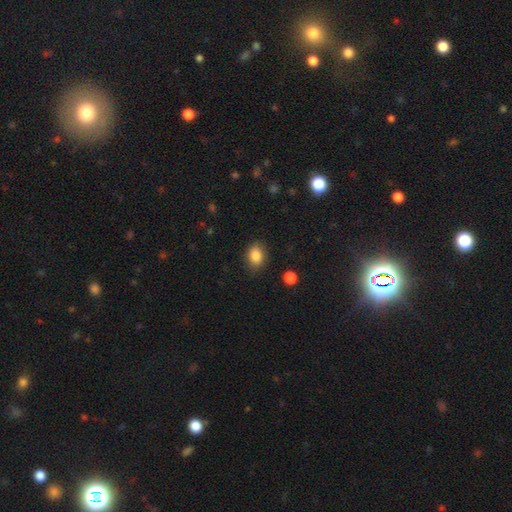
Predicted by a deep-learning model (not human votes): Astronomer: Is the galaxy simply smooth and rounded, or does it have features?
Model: smooth — 85%.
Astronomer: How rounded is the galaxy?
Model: in between — 73%.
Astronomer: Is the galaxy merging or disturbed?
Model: none — 83%.